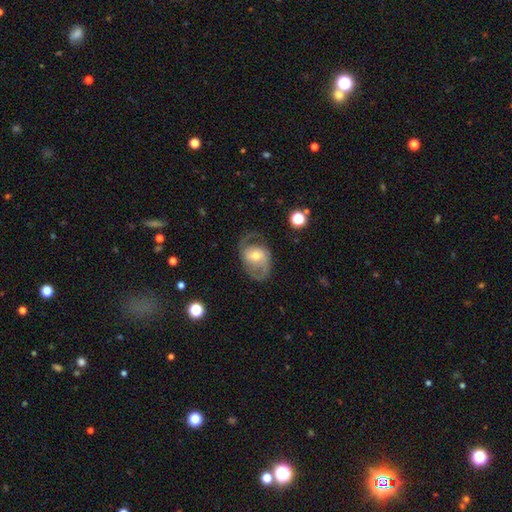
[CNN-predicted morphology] Smooth or featured? Predicted: featured or disk (p=0.75). Edge-on disk? Predicted: no (p=0.97). Bar? Predicted: no (p=0.57). Spiral arms? Predicted: yes (p=0.88). Spiral winding? Predicted: medium (p=0.49). Spiral arm count? Predicted: 2 (p=0.82). Bulge size? Predicted: moderate (p=0.65). Merging? Predicted: none (p=0.62).